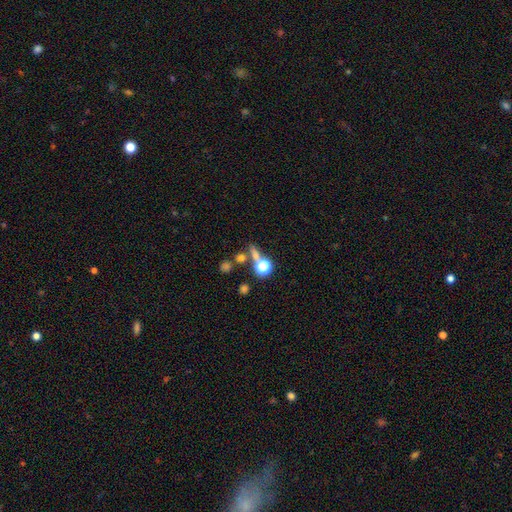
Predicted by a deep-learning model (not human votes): Morphology: type=smooth (53%); roundness=round (67%); merging=none (55%).